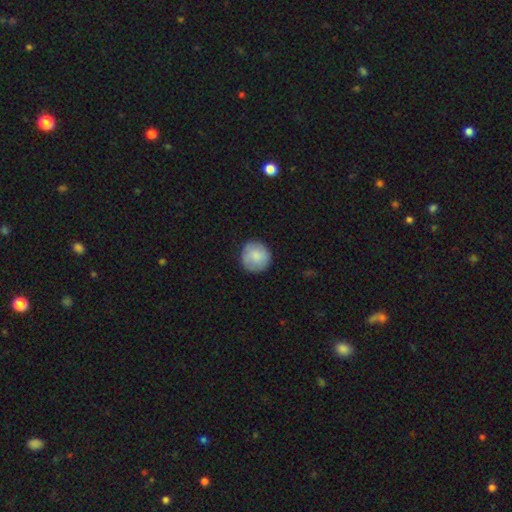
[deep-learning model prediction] The model was most divided on "smooth or featured": smooth: 82%, featured or disk: 12%, star or artifact: 6%. More confident: how rounded — round (94%); merging — none (85%).